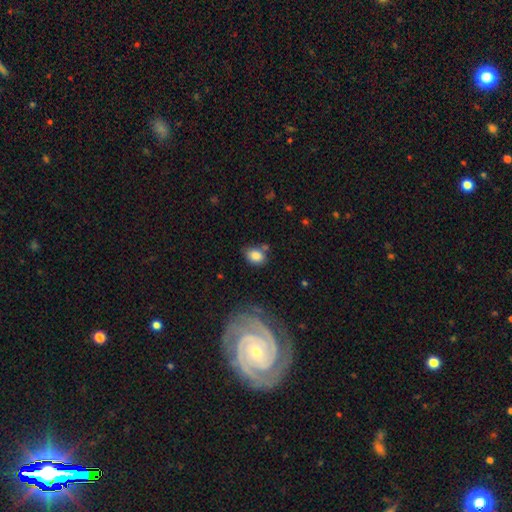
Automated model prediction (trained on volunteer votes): The model was most divided on "how rounded": in between: 67%, round: 32%, cigar-shaped: 1%. More confident: smooth or featured — smooth (85%); merging — none (65%).